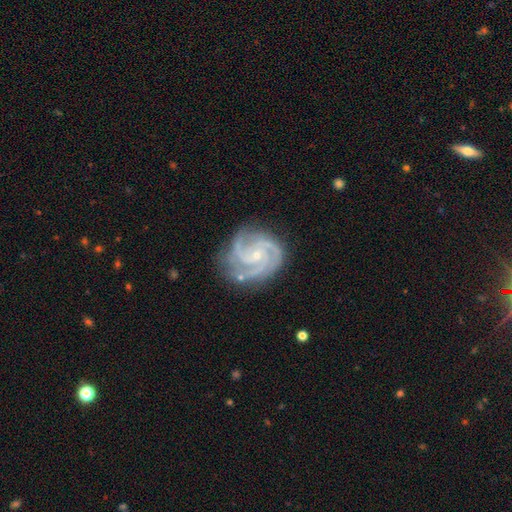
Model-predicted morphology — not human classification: featured or disk 93%, star or artifact 4%, smooth 3%. Down the decision tree: edge-on disk — no (98%); bar — no (65%); spiral arms — yes (99%); spiral arm count — 3 (63%); spiral winding — tight (58%); bulge size — small (79%); merging — none (74%).